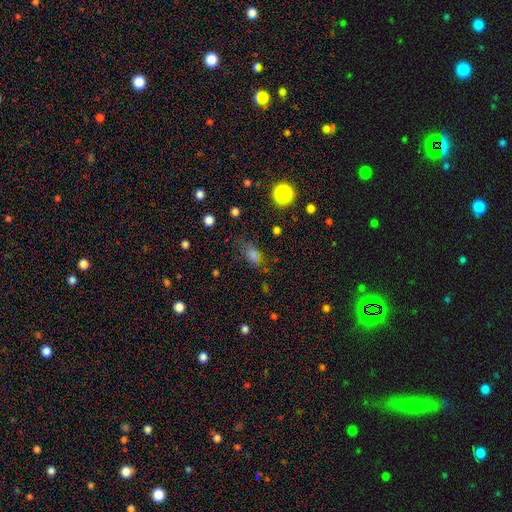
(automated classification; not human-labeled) Smooth or featured: smooth — 66% (star or artifact — 24%)
How rounded: in between — 73% (round — 19%)
Merging: none — 63% (minor disturbance — 22%)